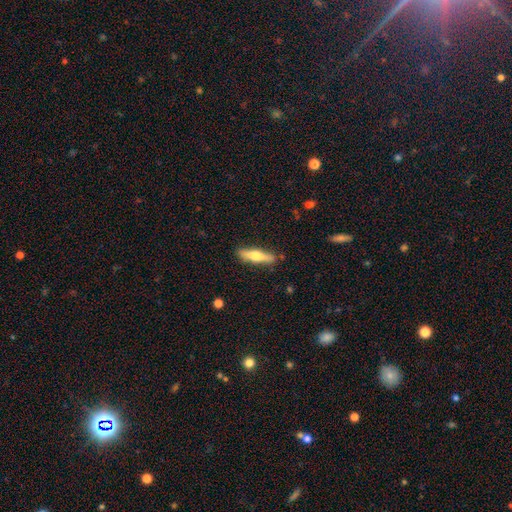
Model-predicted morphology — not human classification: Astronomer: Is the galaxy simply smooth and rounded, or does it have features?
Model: smooth — 53% (runner-up: featured or disk, 41%).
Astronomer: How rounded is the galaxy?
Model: cigar-shaped — 75%.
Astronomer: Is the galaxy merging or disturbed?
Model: none — 87%.